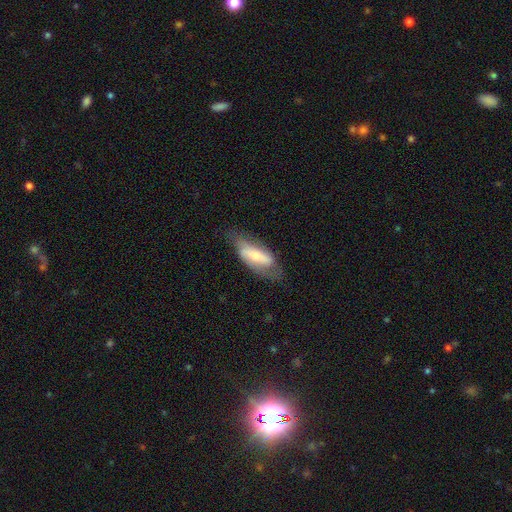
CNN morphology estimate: Smooth or featured?
  - featured or disk: 52% *
  - smooth: 42%
  - star or artifact: 7%
Edge-on disk?
  - no: 82% *
  - yes: 18%
Merging?
  - none: 57% *
  - minor disturbance: 27%
  - major disturbance: 14%
  - merger: 2%